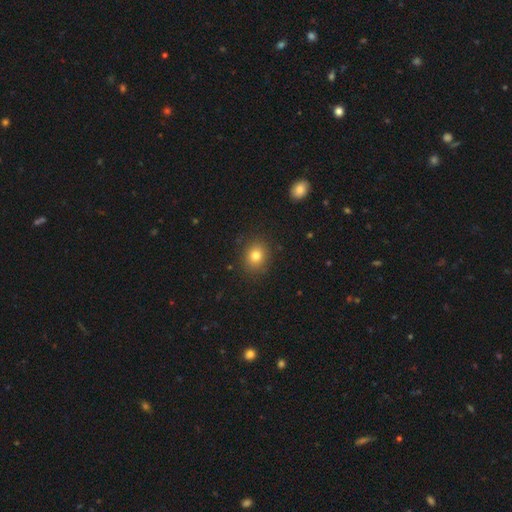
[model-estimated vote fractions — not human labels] The model was most divided on "how rounded": round: 67%, in between: 32%, cigar-shaped: 1%. More confident: merging — none (88%); smooth or featured — smooth (80%).